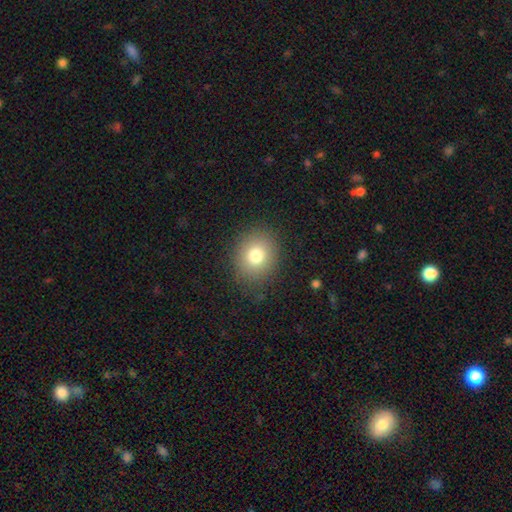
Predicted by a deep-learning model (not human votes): Smooth or featured? Predicted: smooth (p=0.78). How rounded? Predicted: round (p=0.68). Merging? Predicted: none (p=0.85).